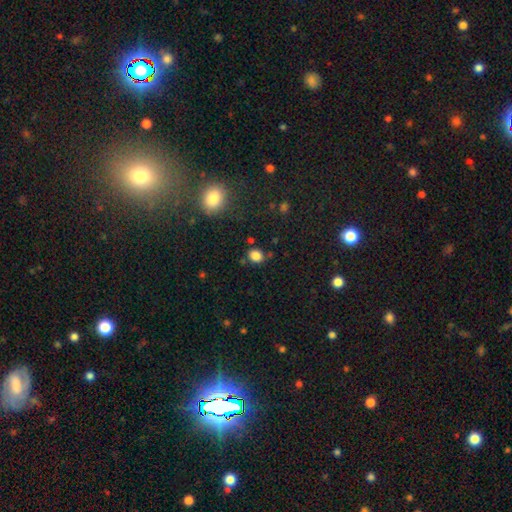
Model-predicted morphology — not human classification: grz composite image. It shows a smooth galaxy with no disk features (83%) that is round (61%). Merging: none (81%).